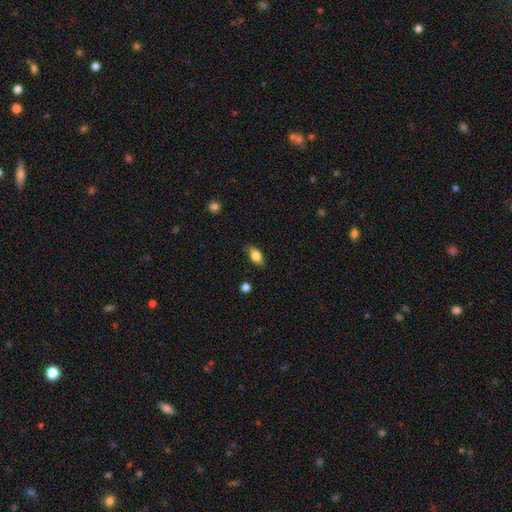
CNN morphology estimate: Overall: smooth (76%). How rounded: in between (83%). Merging: none (79%).